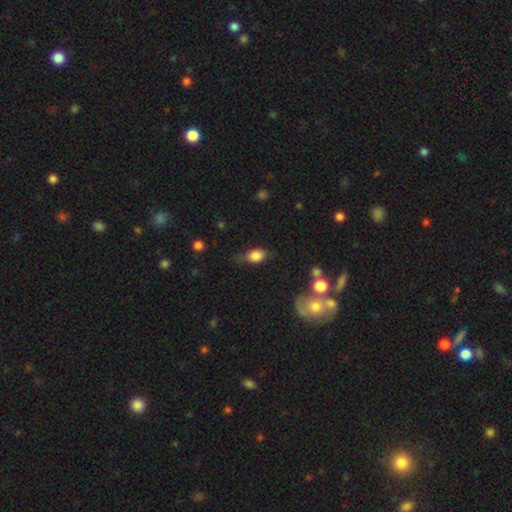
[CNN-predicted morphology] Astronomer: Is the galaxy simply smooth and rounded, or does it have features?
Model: smooth — 81%.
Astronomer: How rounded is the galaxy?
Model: in between — 76%.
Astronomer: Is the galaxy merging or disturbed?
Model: none — 55% (runner-up: minor disturbance, 30%).